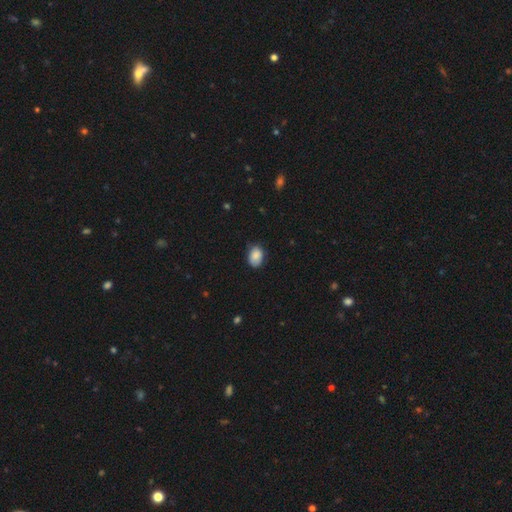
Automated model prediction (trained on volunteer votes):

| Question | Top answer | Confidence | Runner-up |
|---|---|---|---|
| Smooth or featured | smooth | 85% | featured or disk (8%) |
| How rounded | in between | 76% | round (23%) |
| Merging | none | 74% | minor disturbance (22%) |